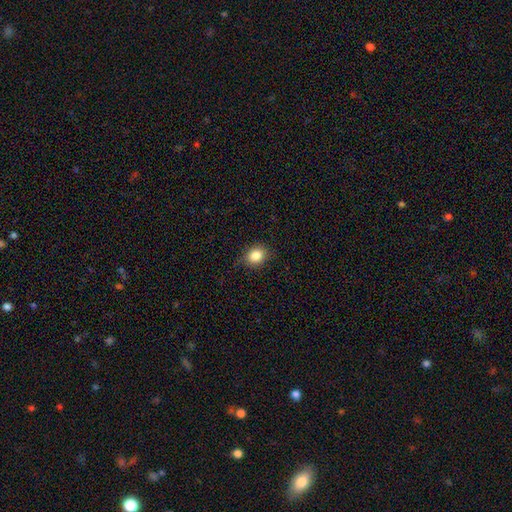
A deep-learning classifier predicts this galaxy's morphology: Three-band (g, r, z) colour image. It shows a smooth galaxy with no disk features (84%) that is round (50%). Merging: none (82%).